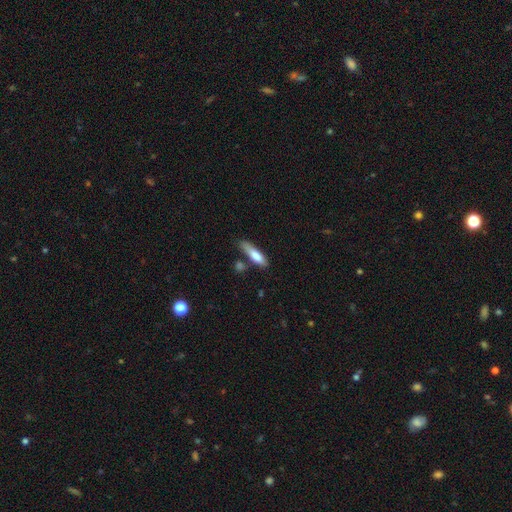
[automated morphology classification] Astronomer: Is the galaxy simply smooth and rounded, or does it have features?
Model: smooth — 78%.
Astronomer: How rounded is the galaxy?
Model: cigar-shaped — 66%.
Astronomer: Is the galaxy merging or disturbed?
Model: none — 61%.